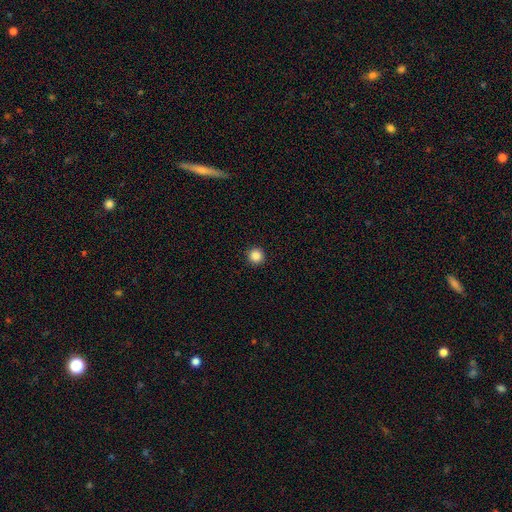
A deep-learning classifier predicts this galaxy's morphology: This is clearly a smooth galaxy (87%). How rounded: clearly round (96%). Merging: clearly none (93%).